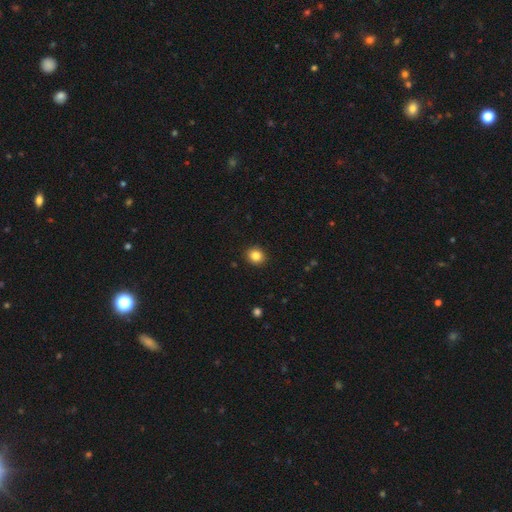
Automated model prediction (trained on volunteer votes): Overall: smooth (84%). How rounded: round (81%). Merging: none (91%).